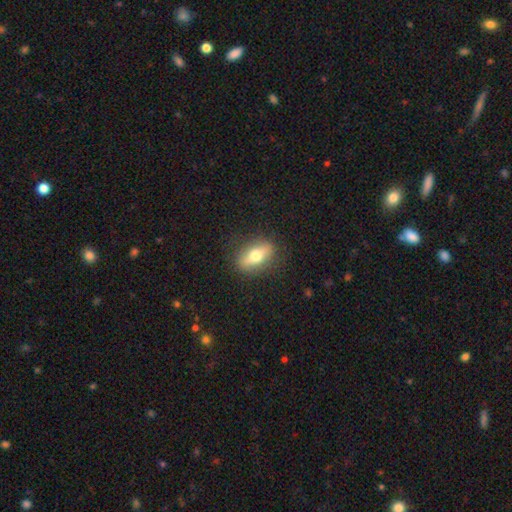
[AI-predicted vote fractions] Smooth or featured: smooth — 56% (featured or disk — 37%)
How rounded: in between — 74% (cigar-shaped — 15%)
Merging: none — 85% (minor disturbance — 11%)